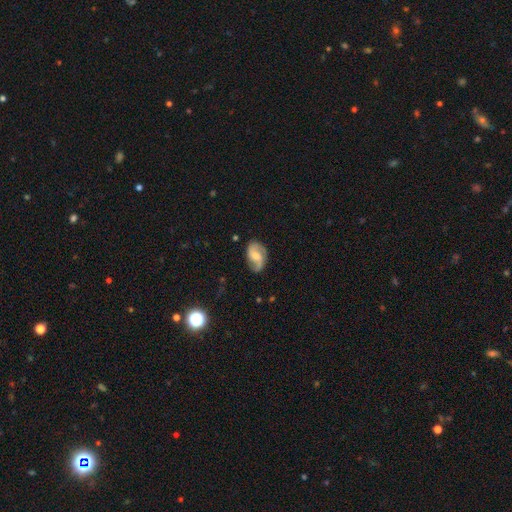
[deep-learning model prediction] A featured or disk galaxy (77%) with no bar (46%), 2 (88%) medium (47%) spiral arms (96%) and a moderate central bulge (43%). Merging: none (76%).